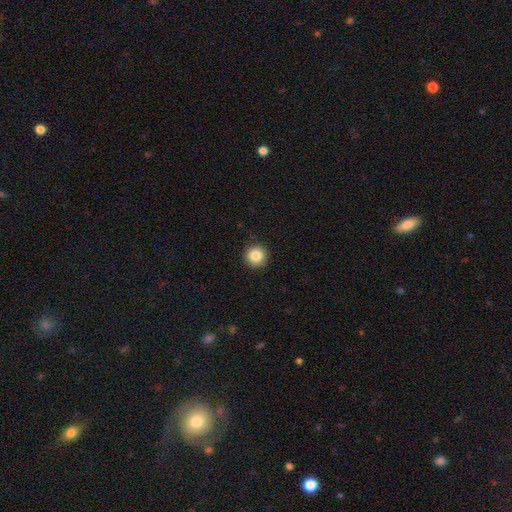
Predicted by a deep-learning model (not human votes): The model was most divided on "smooth or featured": smooth: 85%, star or artifact: 9%, featured or disk: 5%. More confident: how rounded — round (96%); merging — none (92%).